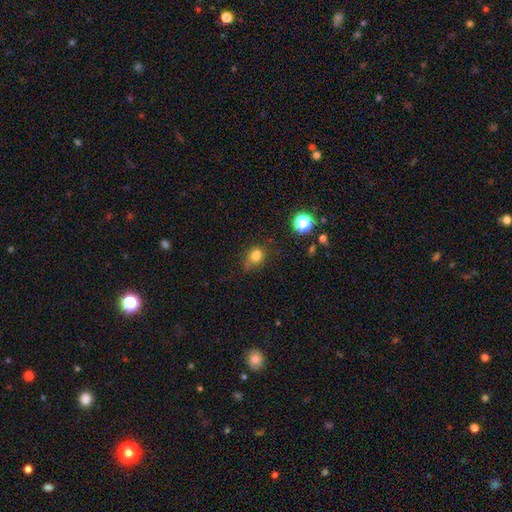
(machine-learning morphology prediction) type=smooth (77%); roundness=in between (53%); merging=none (50%).